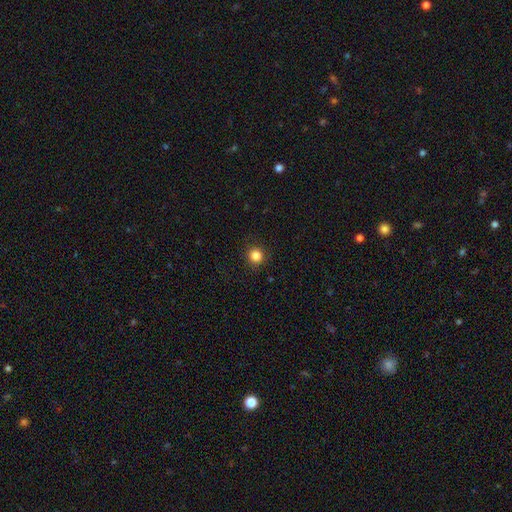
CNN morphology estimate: smooth_or_featured: smooth (p=0.85) [alt: star or artifact p=0.12]
how_rounded: round (p=0.93) [alt: in between p=0.06]
merging: none (p=0.91) [alt: minor disturbance p=0.06]